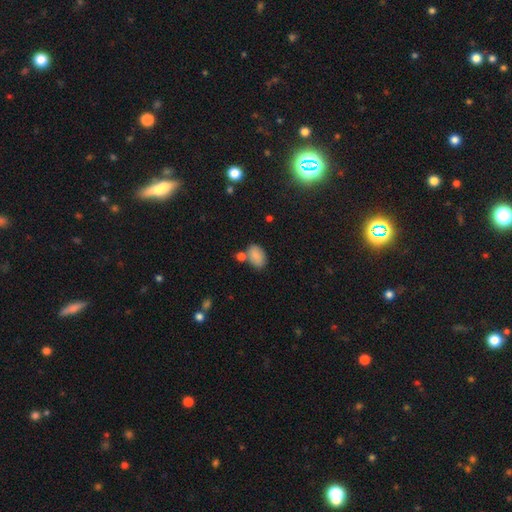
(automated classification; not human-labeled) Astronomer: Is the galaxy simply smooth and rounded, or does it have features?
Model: smooth — 84%.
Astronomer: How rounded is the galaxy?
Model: in between — 88%.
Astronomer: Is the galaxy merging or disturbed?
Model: none — 62%.